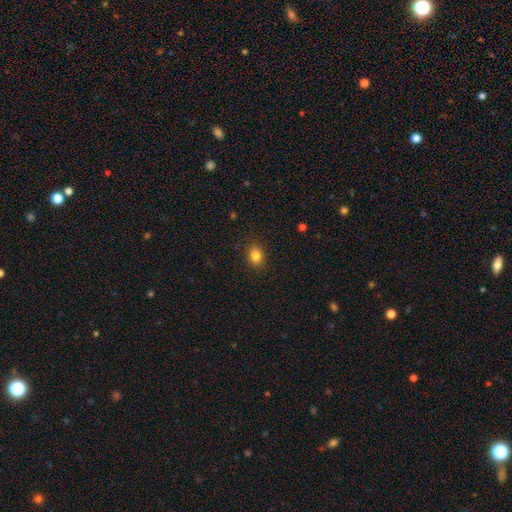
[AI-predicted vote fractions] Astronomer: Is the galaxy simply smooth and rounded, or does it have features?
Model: smooth — 84%.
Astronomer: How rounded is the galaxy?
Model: round — 50% (runner-up: in between, 49%).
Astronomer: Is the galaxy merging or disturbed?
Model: none — 88%.